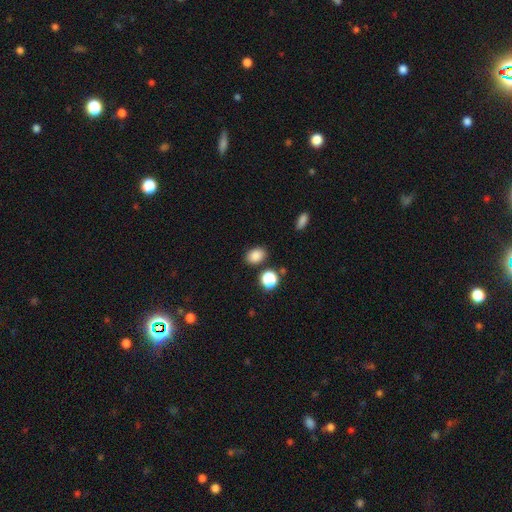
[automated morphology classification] A smooth galaxy with no disk features (85%) that is in between round and cigar-shaped (74%).

Vote fractions:
- Smooth or featured? smooth: 85% / star or artifact: 11% / featured or disk: 4%
- How rounded? in between: 74% / round: 25% / cigar-shaped: 1%
- Merging? none: 83% / minor disturbance: 10% / merger: 4% / major disturbance: 3%